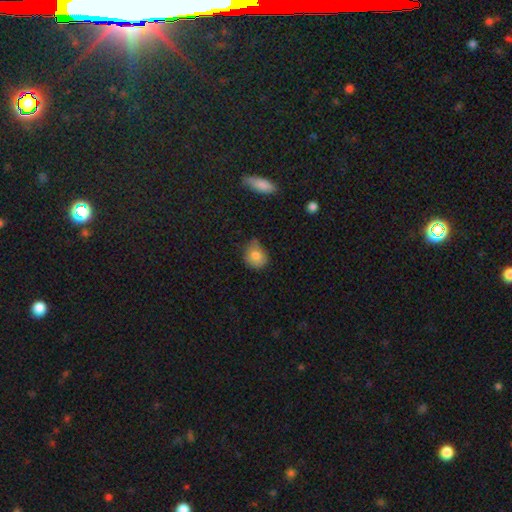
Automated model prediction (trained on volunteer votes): The model was most divided on "merging": none: 53%, minor disturbance: 37%, major disturbance: 8%, merger: 3%. More confident: smooth or featured — smooth (79%); how rounded — round (66%).